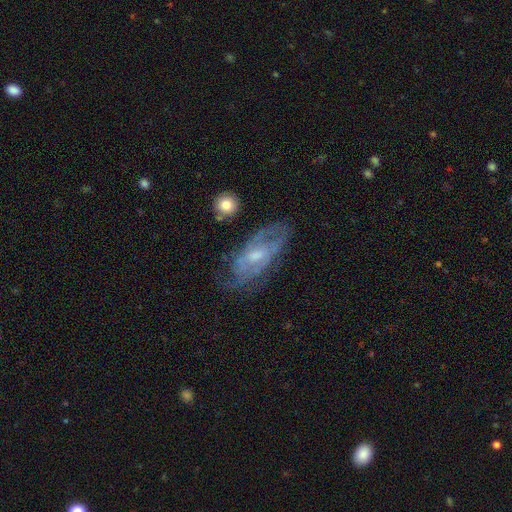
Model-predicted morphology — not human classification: Overall: featured or disk (77%). Edge-on disk: no (91%). Bar: no (47%; weak 44%). Spiral arms: yes (84%). Spiral arm count: can't tell (44%; 2 33%). Spiral winding: tight (46%; medium 40%). Bulge size: small (49%; moderate 43%). Merging: none (64%).